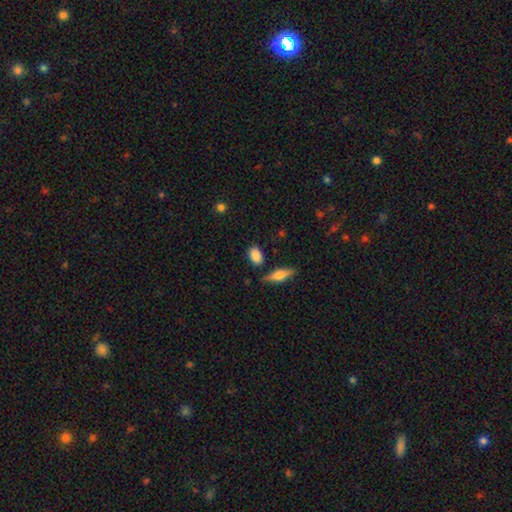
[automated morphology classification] The model was most divided on "merging": none: 78%, minor disturbance: 14%, merger: 4%, major disturbance: 3%. More confident: smooth or featured — smooth (85%); how rounded — in between (83%).